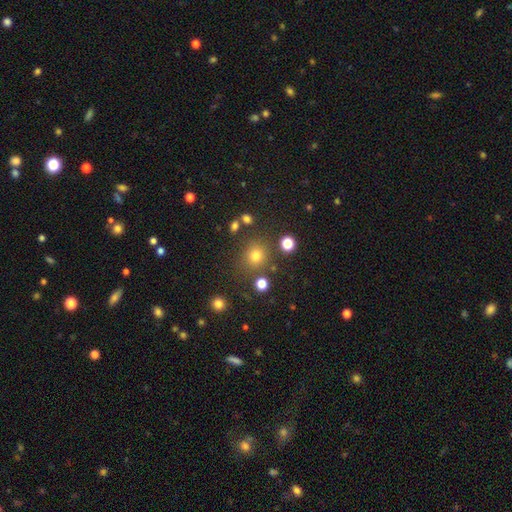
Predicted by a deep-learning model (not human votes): This is likely a smooth galaxy (75%). How rounded: clearly round (86%). Merging: likely none (79%).